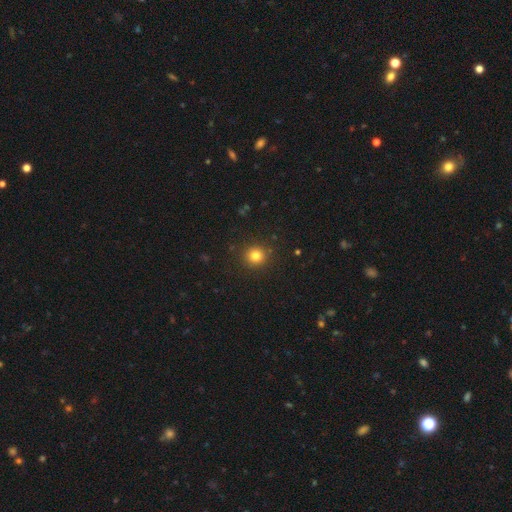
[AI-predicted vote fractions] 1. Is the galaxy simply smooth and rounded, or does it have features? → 80% smooth, 14% star or artifact, 6% featured or disk.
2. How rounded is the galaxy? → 92% round, 7% in between, 1% cigar-shaped.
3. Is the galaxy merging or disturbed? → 90% none, 6% minor disturbance, 2% major disturbance, 1% merger.